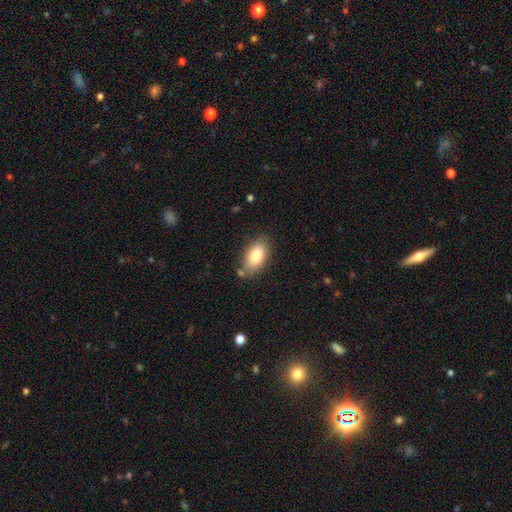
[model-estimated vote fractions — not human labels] This is clearly a smooth galaxy (82%). How rounded: clearly in between (93%). Merging: likely none (76%).